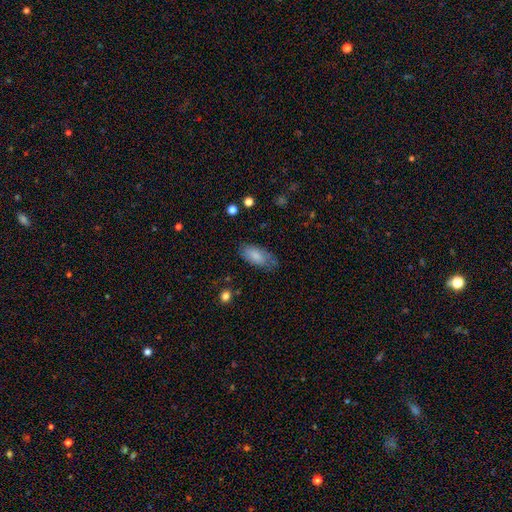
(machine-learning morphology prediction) Q: Smooth or featured?
A: smooth (82%); runner-up: featured or disk (12%)
Q: How rounded?
A: in between (91%); runner-up: cigar-shaped (7%)
Q: Merging?
A: none (66%); runner-up: minor disturbance (25%)